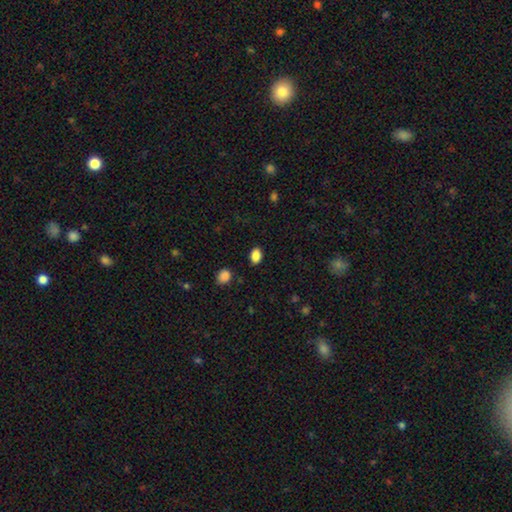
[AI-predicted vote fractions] This appears to be a smooth galaxy with no disk features (87%) that is in between round and cigar-shaped (82%). Merging: none (87%).